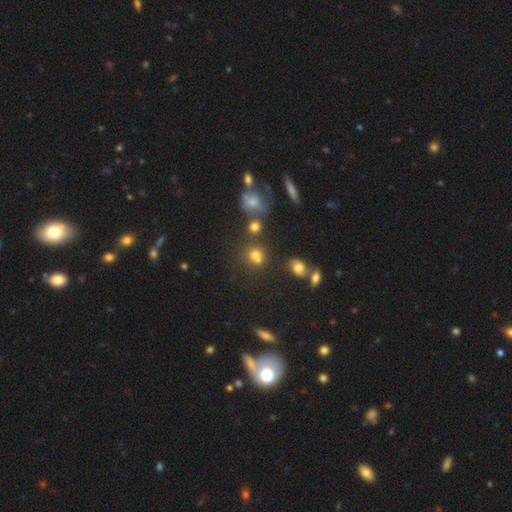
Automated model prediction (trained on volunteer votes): Smooth or featured? smooth (69%)
How rounded? round (78%)
Merging? none (52%)